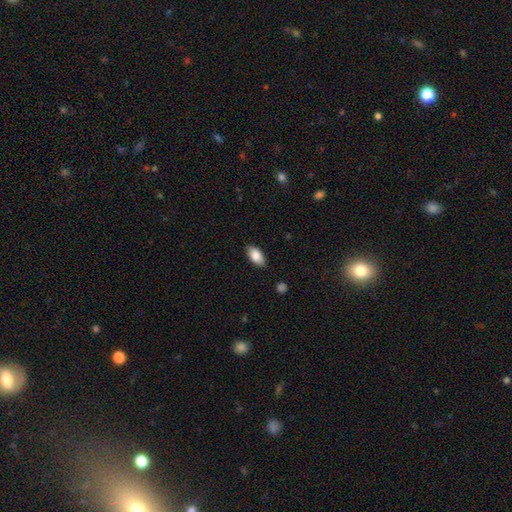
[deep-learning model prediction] smooth-or-featured: smooth: 84% | featured or disk: 9% | star or artifact: 7%
  how-rounded: in between: 92% | cigar-shaped: 4% | round: 3%
  merging: none: 85% | minor disturbance: 11% | major disturbance: 2% | merger: 1%